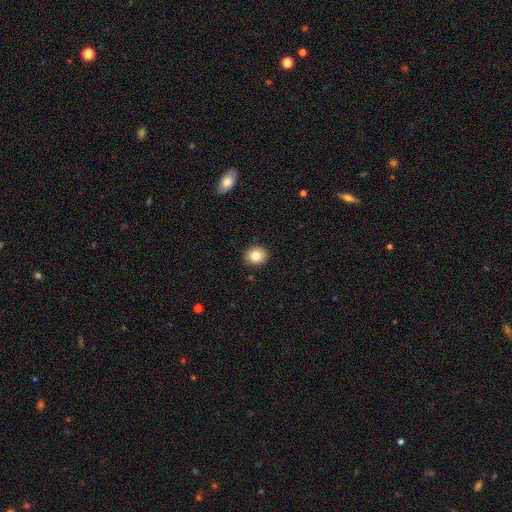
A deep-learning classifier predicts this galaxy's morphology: The model was most divided on "how rounded": round: 71%, in between: 29%, cigar-shaped: 1%. More confident: merging — none (91%); smooth or featured — smooth (82%).